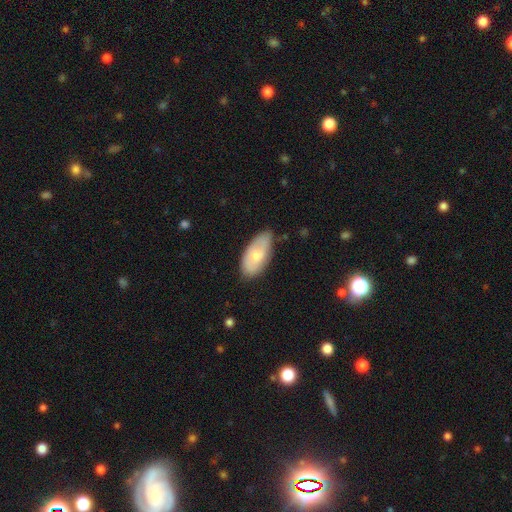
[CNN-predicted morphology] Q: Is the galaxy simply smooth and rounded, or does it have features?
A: smooth — 61%.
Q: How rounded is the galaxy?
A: in between — 93%.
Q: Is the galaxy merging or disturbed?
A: none — 67%.